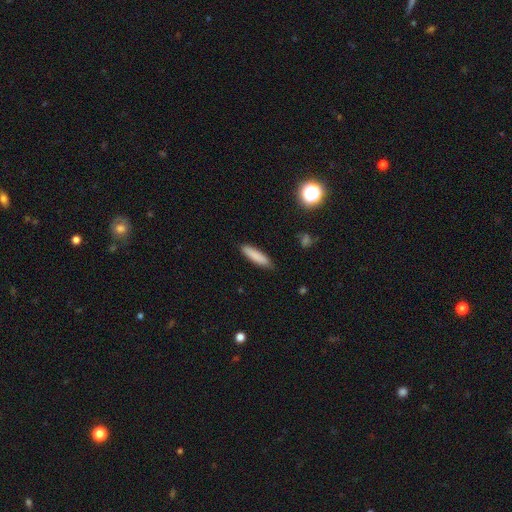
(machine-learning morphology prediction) Smooth or featured? Predicted: smooth (p=0.86). How rounded? Predicted: cigar-shaped (p=0.74). Merging? Predicted: none (p=0.87).